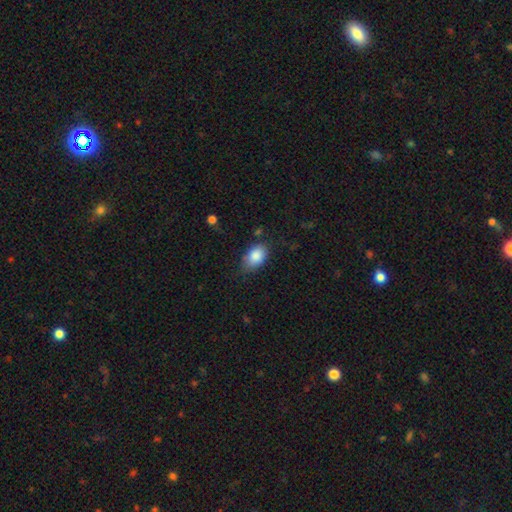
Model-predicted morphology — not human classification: Smooth or featured?
  - smooth: 86% *
  - star or artifact: 7%
  - featured or disk: 6%
How rounded?
  - in between: 87% *
  - round: 11%
  - cigar-shaped: 1%
Merging?
  - none: 69% *
  - minor disturbance: 23%
  - major disturbance: 5%
  - merger: 2%